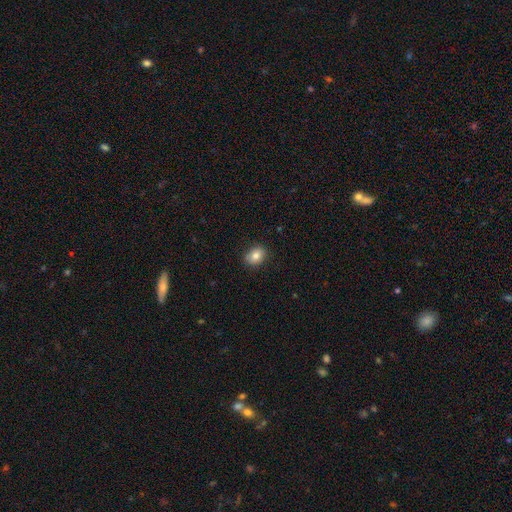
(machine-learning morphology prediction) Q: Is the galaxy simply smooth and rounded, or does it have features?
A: smooth — 82%.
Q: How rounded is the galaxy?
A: in between — 63%.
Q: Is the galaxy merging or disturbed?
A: none — 85%.